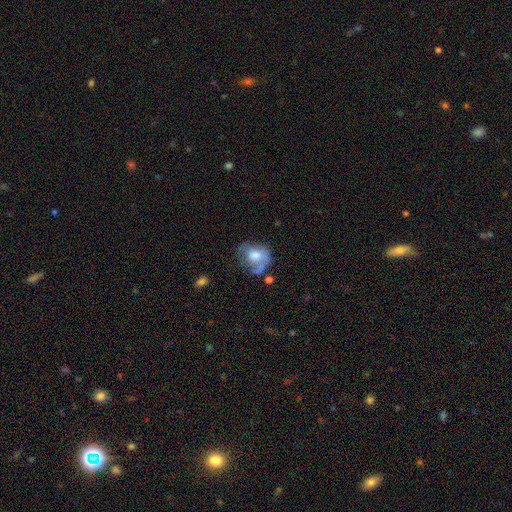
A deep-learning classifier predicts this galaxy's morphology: This appears to be a smooth galaxy with no disk features (53%) that is in between round and cigar-shaped (52%). Merging: major disturbance (35%).